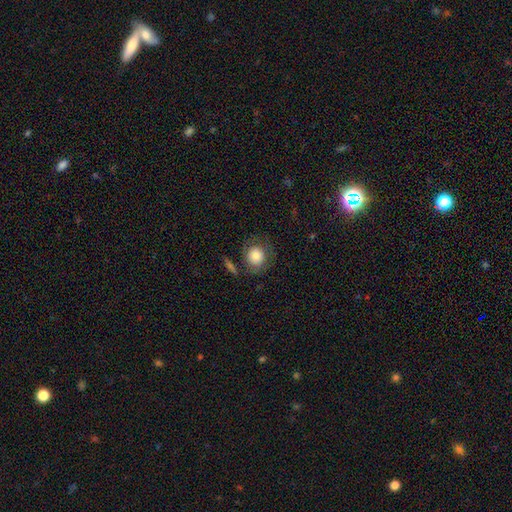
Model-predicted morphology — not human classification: Smooth or featured?
  - smooth: 77% *
  - featured or disk: 15%
  - star or artifact: 8%
How rounded?
  - round: 83% *
  - in between: 16%
  - cigar-shaped: 1%
Merging?
  - none: 68% *
  - minor disturbance: 17%
  - major disturbance: 10%
  - merger: 5%